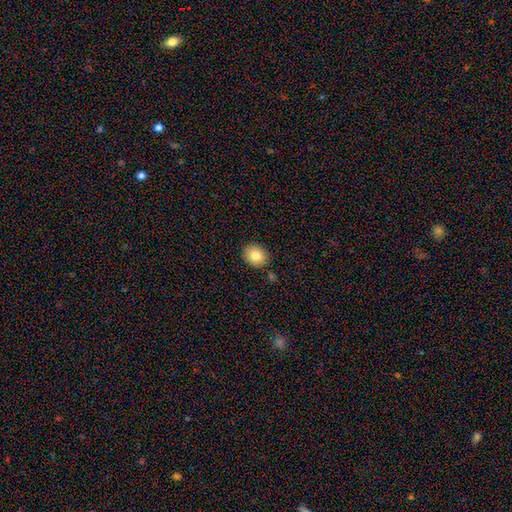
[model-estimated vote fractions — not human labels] Smooth or featured?
  - smooth: 82% *
  - star or artifact: 9%
  - featured or disk: 9%
How rounded?
  - round: 69% *
  - in between: 31%
  - cigar-shaped: 1%
Merging?
  - none: 87% *
  - minor disturbance: 9%
  - merger: 3%
  - major disturbance: 2%